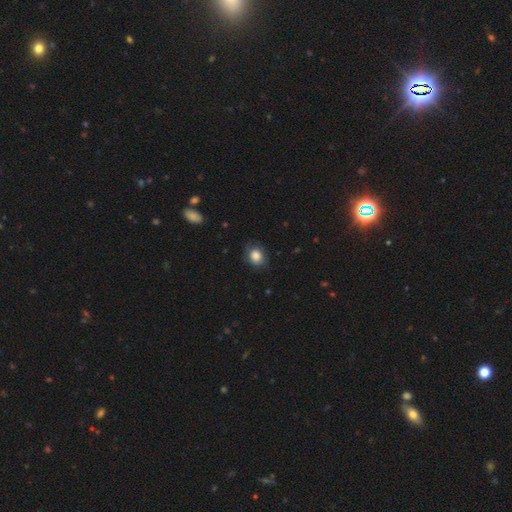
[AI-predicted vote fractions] A smooth galaxy with no disk features (81%) that is round (58%).

Vote fractions:
- Smooth or featured? smooth: 81% / featured or disk: 11% / star or artifact: 8%
- How rounded? round: 58% / in between: 41% / cigar-shaped: 1%
- Merging? none: 71% / minor disturbance: 21% / major disturbance: 7% / merger: 1%